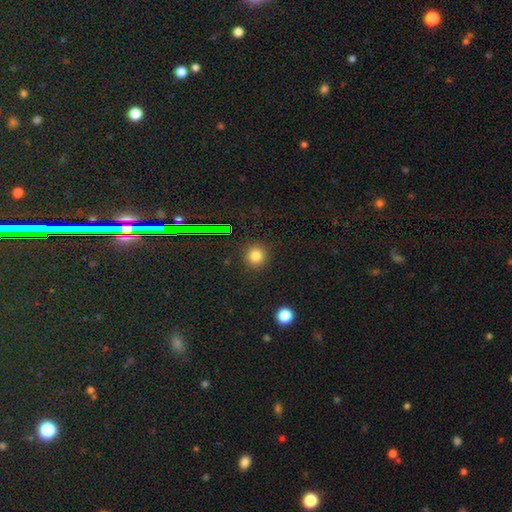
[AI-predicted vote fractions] smooth-or-featured: smooth: 78% | star or artifact: 16% | featured or disk: 5%
  how-rounded: round: 91% | in between: 8% | cigar-shaped: 1%
  merging: none: 90% | minor disturbance: 6% | major disturbance: 2% | merger: 1%